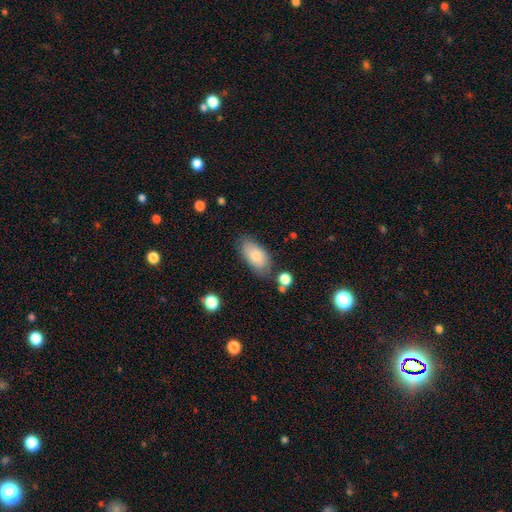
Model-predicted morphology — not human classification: Smooth or featured?
  - smooth: 79% *
  - featured or disk: 14%
  - star or artifact: 7%
How rounded?
  - in between: 93% *
  - cigar-shaped: 4%
  - round: 3%
Merging?
  - none: 71% *
  - minor disturbance: 19%
  - major disturbance: 5%
  - merger: 5%